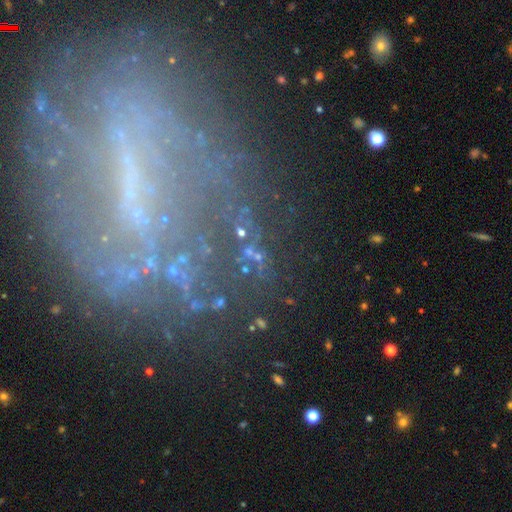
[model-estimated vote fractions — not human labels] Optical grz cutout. It shows a star or artifact, not a galaxy (49%).